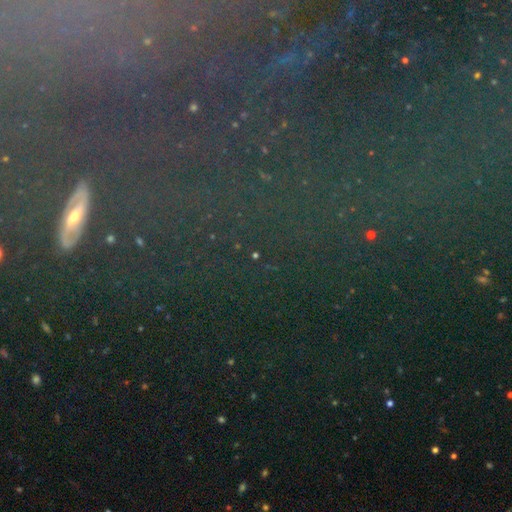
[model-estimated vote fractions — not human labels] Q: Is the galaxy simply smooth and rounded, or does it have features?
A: star or artifact — 81%.